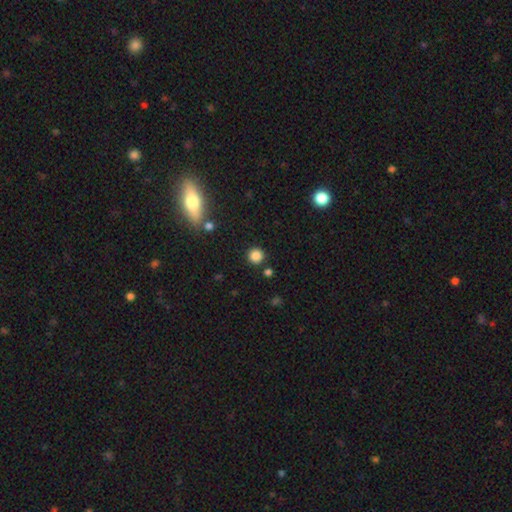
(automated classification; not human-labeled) This appears to be a smooth galaxy with no disk features (83%) that is round (93%). Merging: none (87%).